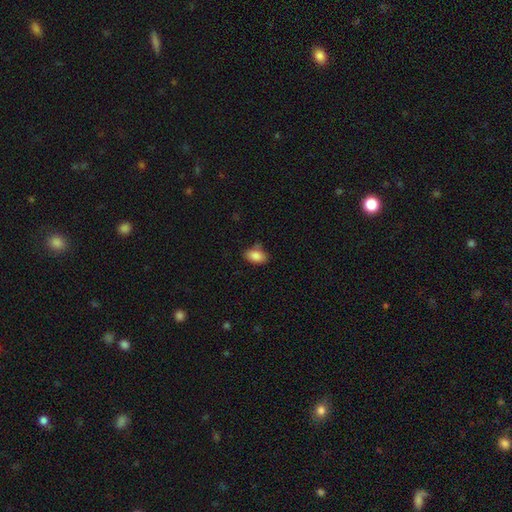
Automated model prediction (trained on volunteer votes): smooth-or-featured: smooth: 86% | star or artifact: 8% | featured or disk: 6%
  how-rounded: in between: 90% | round: 8% | cigar-shaped: 2%
  merging: none: 72% | minor disturbance: 20% | major disturbance: 4% | merger: 4%